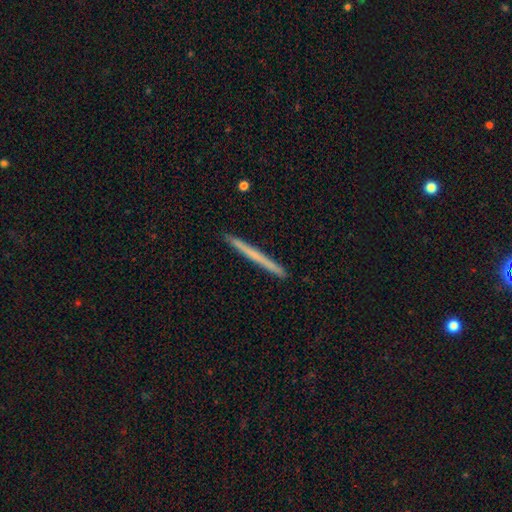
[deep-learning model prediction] Morphology: type=smooth (53%); roundness=cigar-shaped (97%); merging=none (93%).